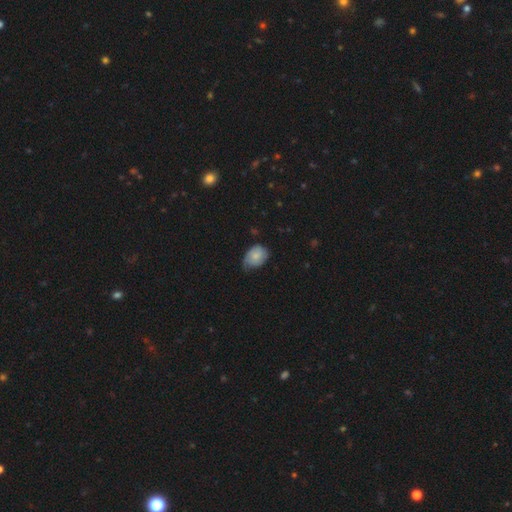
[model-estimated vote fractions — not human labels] Q: Smooth or featured?
A: smooth (68%); runner-up: featured or disk (25%)
Q: How rounded?
A: in between (69%); runner-up: round (30%)
Q: Merging?
A: none (44%); runner-up: minor disturbance (43%)